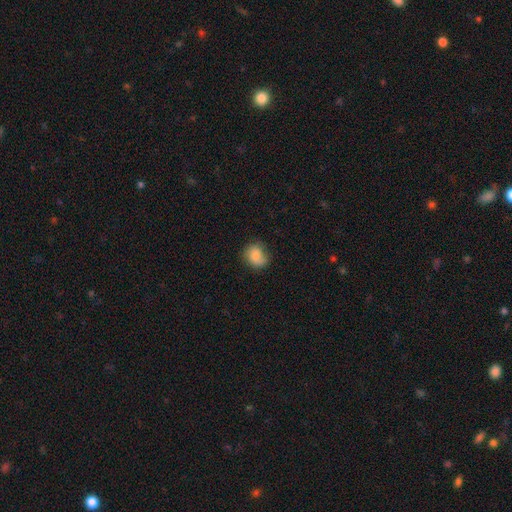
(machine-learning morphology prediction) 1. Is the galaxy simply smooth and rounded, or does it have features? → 77% smooth, 15% featured or disk, 9% star or artifact.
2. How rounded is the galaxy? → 61% round, 38% in between, 1% cigar-shaped.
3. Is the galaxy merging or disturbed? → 68% none, 24% minor disturbance, 7% major disturbance, 2% merger.